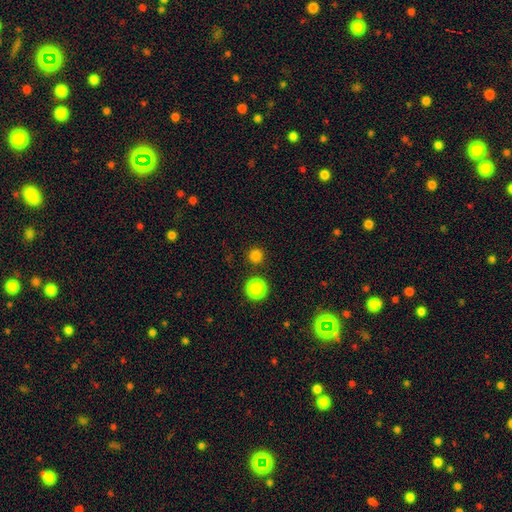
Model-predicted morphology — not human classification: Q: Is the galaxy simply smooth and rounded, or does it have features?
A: smooth — 79%.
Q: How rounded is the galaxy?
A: round — 96%.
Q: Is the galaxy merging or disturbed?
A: none — 88%.